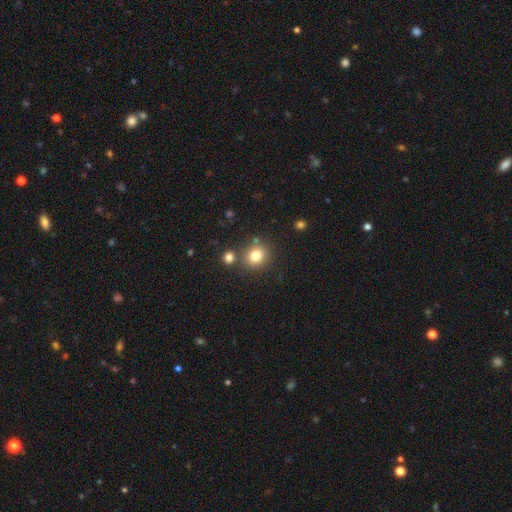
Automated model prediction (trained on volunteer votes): This appears to be a smooth galaxy with no disk features (80%) that is round (78%). Merging: none (75%).